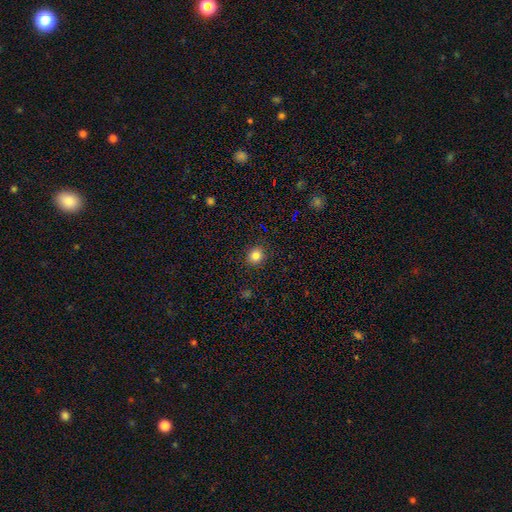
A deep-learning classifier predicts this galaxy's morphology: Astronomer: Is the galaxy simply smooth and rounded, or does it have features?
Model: smooth — 83%.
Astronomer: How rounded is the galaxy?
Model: round — 82%.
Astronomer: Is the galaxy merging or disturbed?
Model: none — 91%.